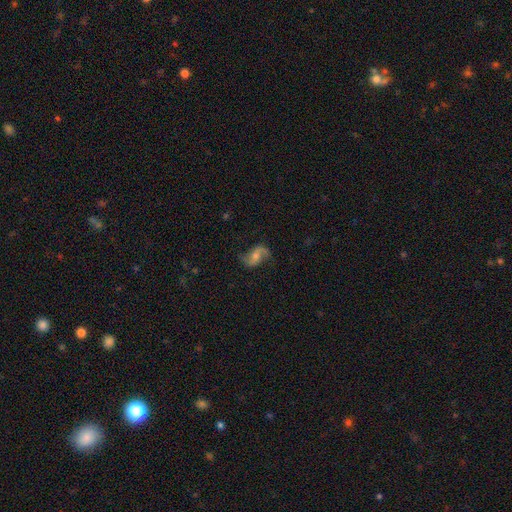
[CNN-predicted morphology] A featured or disk galaxy (83%) with no bar (45%), 2 (93%) loose (66%) spiral arms (96%) and a moderate central bulge (47%). Merging: none (77%).